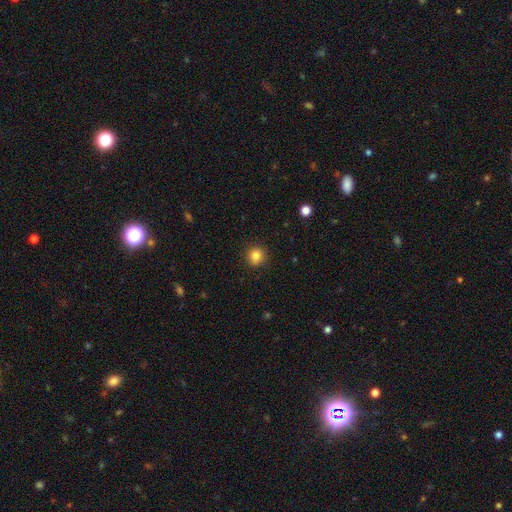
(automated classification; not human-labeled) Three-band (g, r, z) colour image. It shows a smooth galaxy with no disk features (84%) that is round (92%). Merging: none (90%).